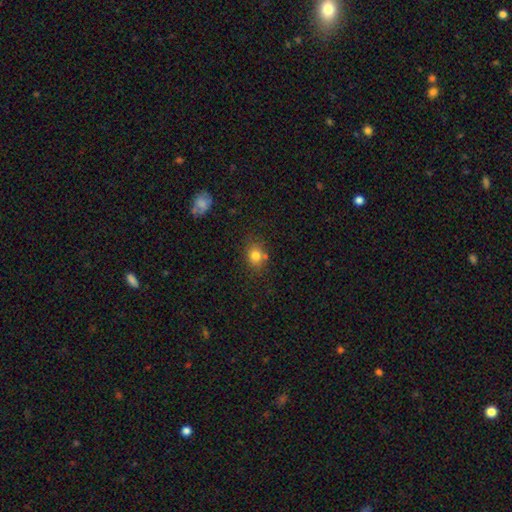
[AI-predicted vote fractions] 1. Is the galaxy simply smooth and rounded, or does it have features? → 80% smooth, 12% star or artifact, 8% featured or disk.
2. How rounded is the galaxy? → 56% round, 43% in between, 1% cigar-shaped.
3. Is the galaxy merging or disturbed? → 72% none, 15% minor disturbance, 9% merger, 4% major disturbance.